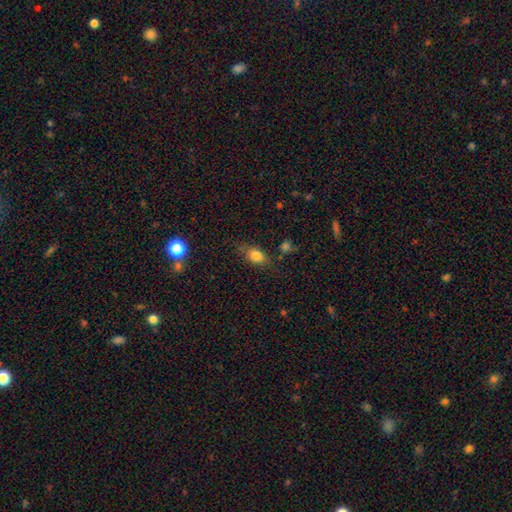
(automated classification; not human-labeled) A smooth galaxy with no disk features (79%) that is in between round and cigar-shaped (77%). Merging: none (71%).